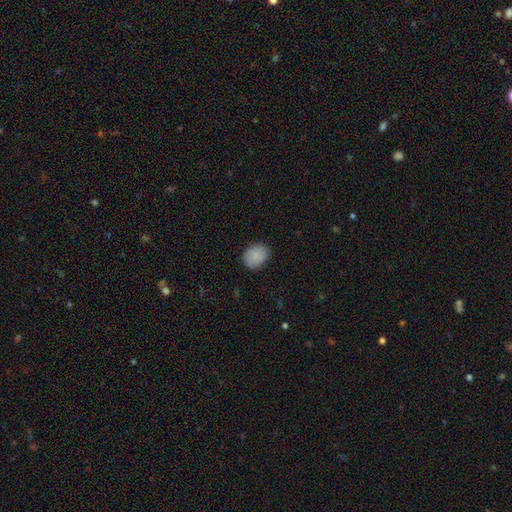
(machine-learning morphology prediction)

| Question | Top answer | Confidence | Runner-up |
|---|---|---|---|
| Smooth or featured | smooth | 88% | star or artifact (8%) |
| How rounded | in between | 52% | round (47%) |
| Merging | none | 82% | minor disturbance (14%) |